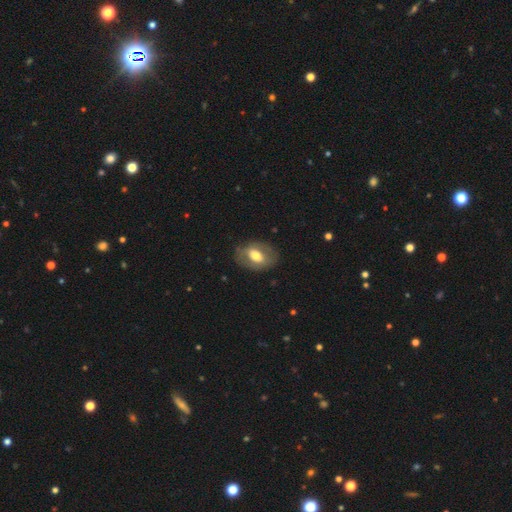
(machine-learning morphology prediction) The model was most divided on "smooth or featured": smooth: 50%, featured or disk: 43%, star or artifact: 6%. More confident: how rounded — in between (78%); merging — none (77%).